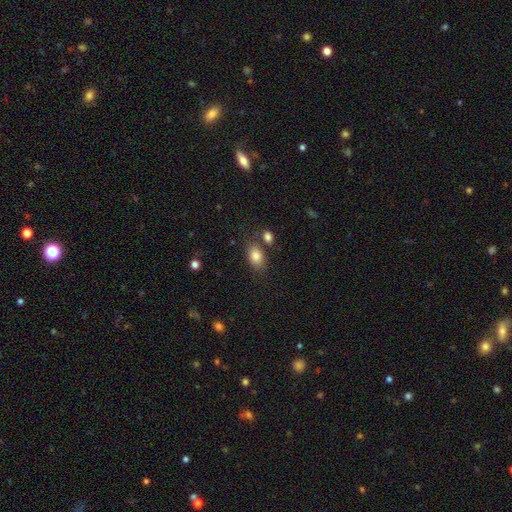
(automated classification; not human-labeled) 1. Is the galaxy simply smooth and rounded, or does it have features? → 84% smooth, 9% star or artifact, 7% featured or disk.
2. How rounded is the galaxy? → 83% in between, 16% round, 2% cigar-shaped.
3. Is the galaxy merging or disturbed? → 71% none, 14% minor disturbance, 11% merger, 4% major disturbance.